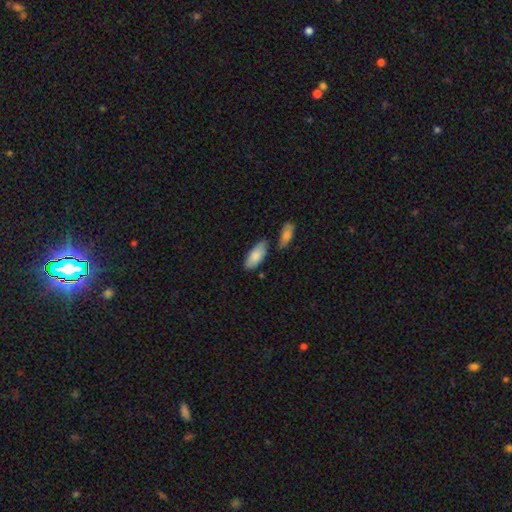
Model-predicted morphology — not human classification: A smooth galaxy with no disk features (85%) that is in between round and cigar-shaped (88%). Merging: none (64%).